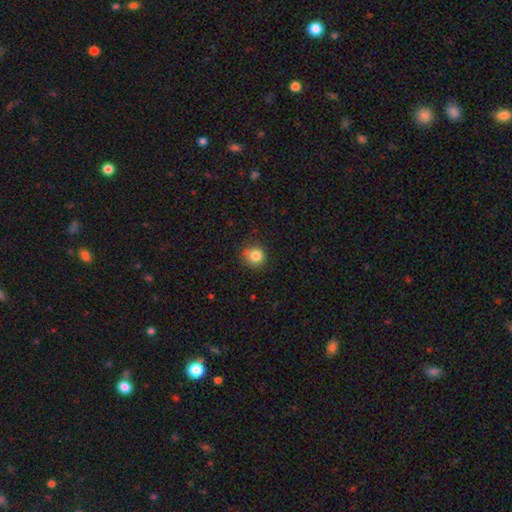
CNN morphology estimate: Smooth or featured? Predicted: smooth (p=0.84). How rounded? Predicted: round (p=0.89). Merging? Predicted: none (p=0.81).